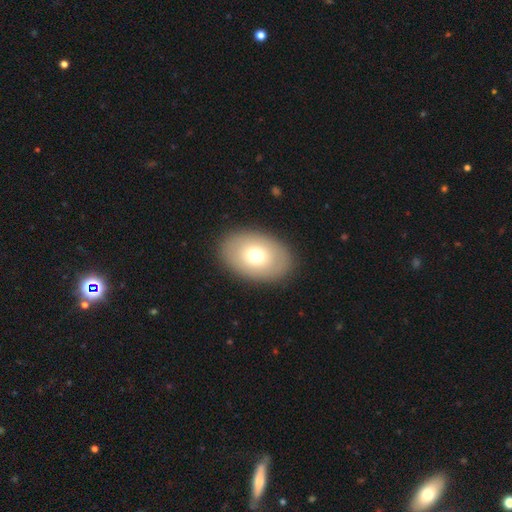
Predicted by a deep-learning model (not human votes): Smooth or featured: smooth — 72% (featured or disk — 20%)
How rounded: in between — 82% (round — 17%)
Merging: none — 88% (minor disturbance — 8%)